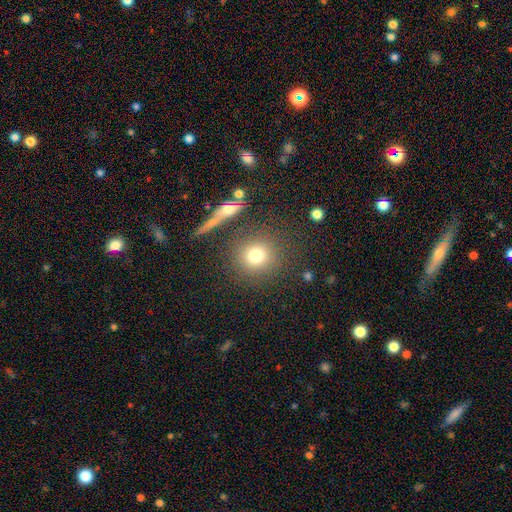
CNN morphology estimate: smooth_or_featured: smooth (p=0.76) [alt: star or artifact p=0.14]
how_rounded: round (p=0.88) [alt: in between p=0.10]
merging: none (p=0.81) [alt: minor disturbance p=0.09]